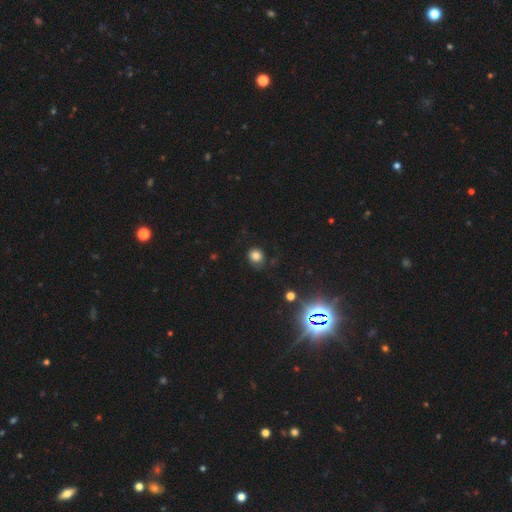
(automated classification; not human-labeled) Smooth or featured? smooth (79%)
How rounded? round (82%)
Merging? none (70%)